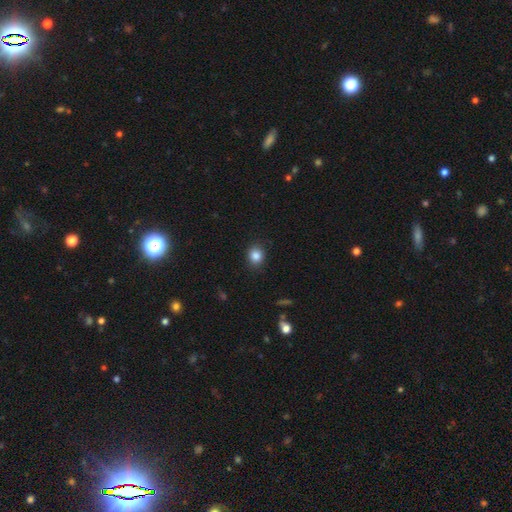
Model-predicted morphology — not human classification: type=smooth (85%); roundness=round (70%); merging=none (86%).